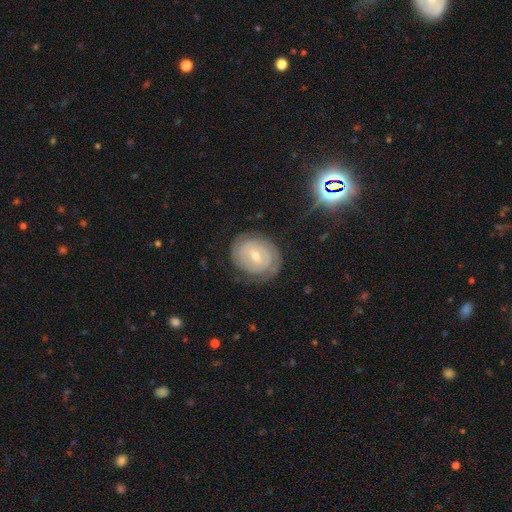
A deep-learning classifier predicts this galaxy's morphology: Q: Smooth or featured?
A: featured or disk (76%); runner-up: smooth (17%)
Q: Edge-on disk?
A: no (97%); runner-up: yes (3%)
Q: Bar?
A: weak (54%); runner-up: no (29%)
Q: Spiral arms?
A: yes (89%); runner-up: no (11%)
Q: Spiral winding?
A: tight (76%); runner-up: medium (18%)
Q: Spiral arm count?
A: 2 (48%); runner-up: can't tell (35%)
Q: Bulge size?
A: small (54%); runner-up: moderate (42%)
Q: Merging?
A: none (75%); runner-up: minor disturbance (17%)